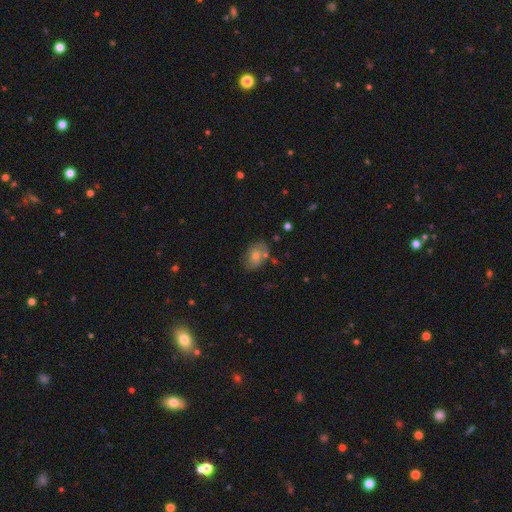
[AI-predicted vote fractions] smooth_or_featured: smooth (p=0.56) [alt: featured or disk p=0.31]
how_rounded: in between (p=0.77) [alt: round p=0.21]
merging: none (p=0.68) [alt: minor disturbance p=0.19]